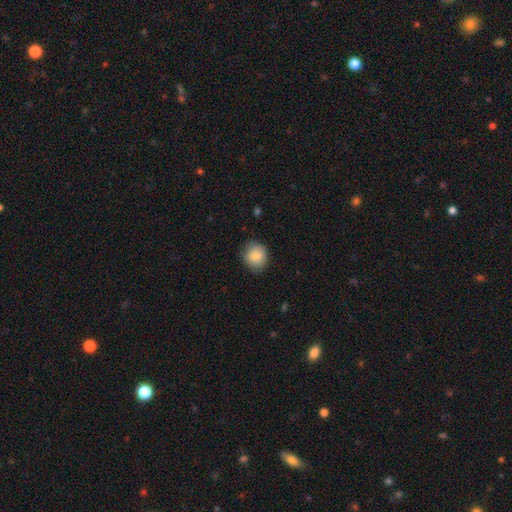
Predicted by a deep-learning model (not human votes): smooth-or-featured: smooth: 85% | star or artifact: 8% | featured or disk: 8%
  how-rounded: round: 85% | in between: 14% | cigar-shaped: 1%
  merging: none: 81% | minor disturbance: 15% | major disturbance: 3% | merger: 1%